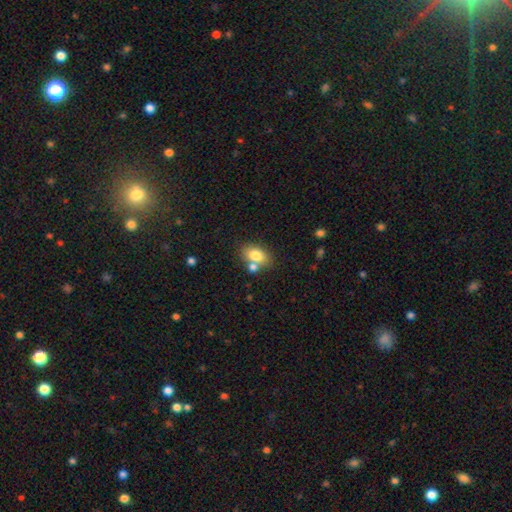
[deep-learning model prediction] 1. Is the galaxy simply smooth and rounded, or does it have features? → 78% smooth, 13% featured or disk, 9% star or artifact.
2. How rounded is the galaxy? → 82% in between, 16% round, 2% cigar-shaped.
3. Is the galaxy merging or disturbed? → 62% none, 22% merger, 13% minor disturbance, 3% major disturbance.